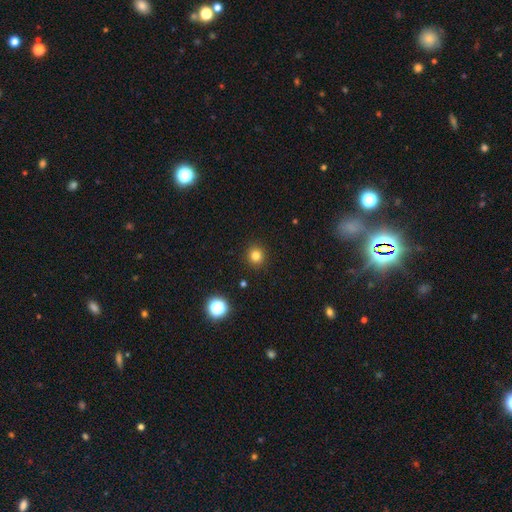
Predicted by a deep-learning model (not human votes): Smooth or featured: smooth — 81% (star or artifact — 14%)
How rounded: round — 90% (in between — 9%)
Merging: none — 92% (minor disturbance — 5%)